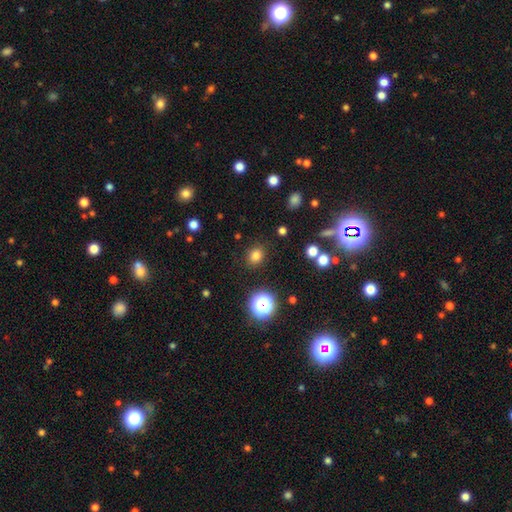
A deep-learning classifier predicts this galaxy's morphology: This appears to be a smooth galaxy with no disk features (79%) that is round (69%). Merging: none (88%).